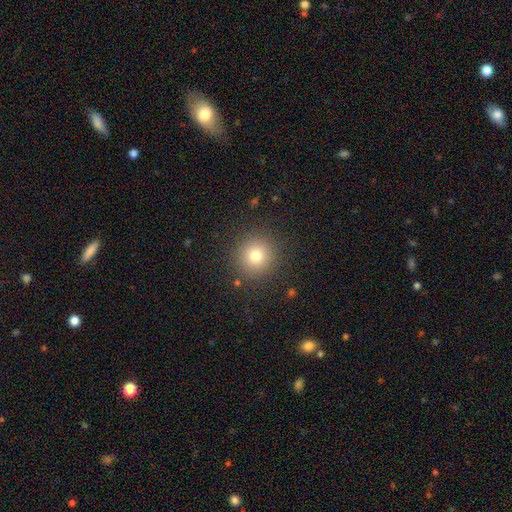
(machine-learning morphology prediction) type=smooth (75%); roundness=round (94%); merging=none (89%).